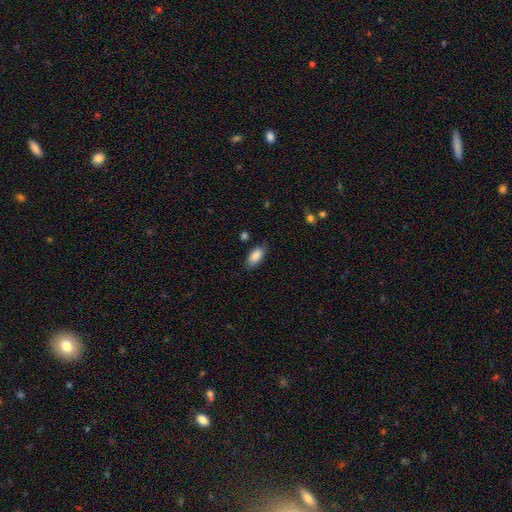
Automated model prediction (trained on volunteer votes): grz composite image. It shows a smooth galaxy with no disk features (88%) that is in between round and cigar-shaped (90%). Merging: none (80%).